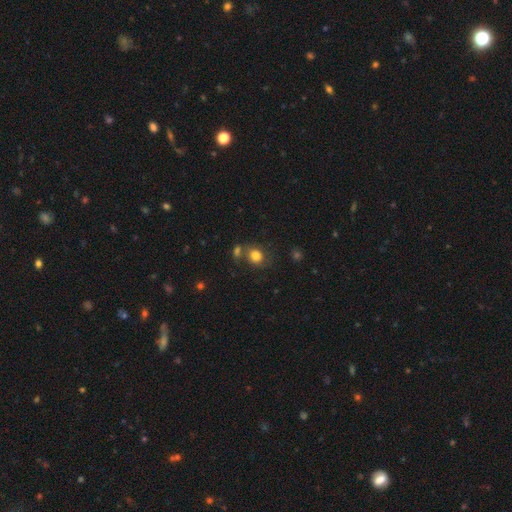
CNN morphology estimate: A smooth galaxy with no disk features (80%) that is round (73%). Merging: none (64%).